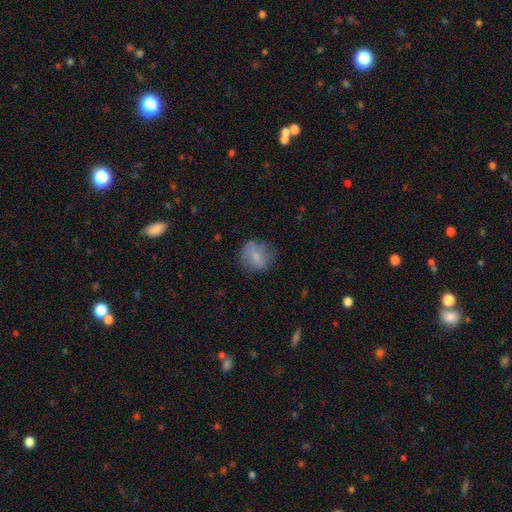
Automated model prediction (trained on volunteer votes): A smooth galaxy with no disk features (66%) that is round (72%). Merging: none (65%).